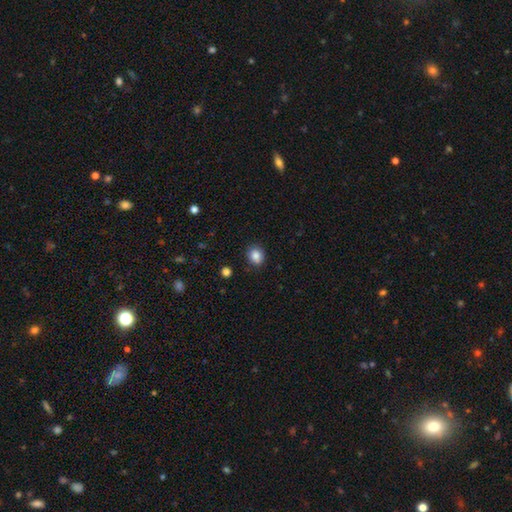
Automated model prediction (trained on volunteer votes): Smooth or featured: smooth — 86% (star or artifact — 9%)
How rounded: round — 70% (in between — 29%)
Merging: none — 87% (minor disturbance — 9%)